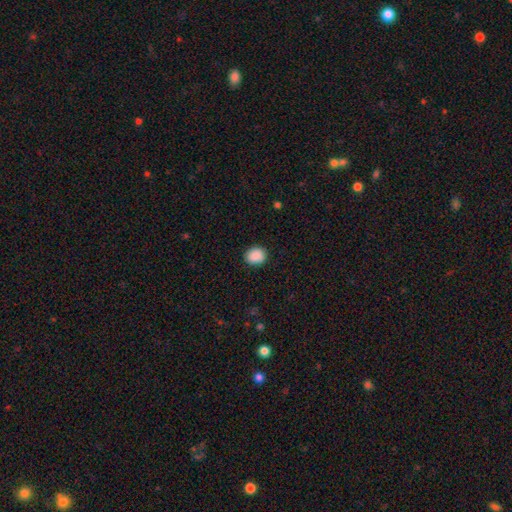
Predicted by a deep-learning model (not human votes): This appears to be a smooth galaxy with no disk features (89%) that is round (69%). Merging: none (90%).